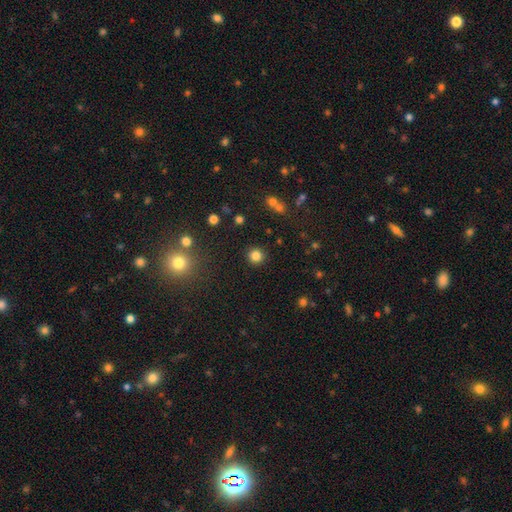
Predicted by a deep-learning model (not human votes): Smooth or featured?
  - smooth: 82% *
  - star or artifact: 13%
  - featured or disk: 5%
How rounded?
  - round: 94% *
  - in between: 5%
  - cigar-shaped: 1%
Merging?
  - none: 90% *
  - minor disturbance: 5%
  - major disturbance: 2%
  - merger: 2%